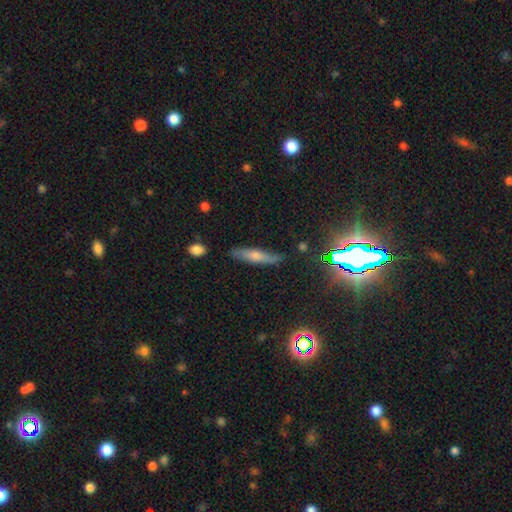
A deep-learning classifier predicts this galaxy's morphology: type=smooth (45%); merging=none (80%).